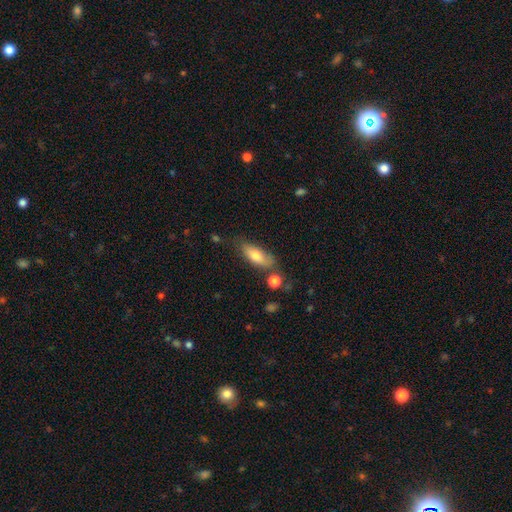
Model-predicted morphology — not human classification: Q: Smooth or featured?
A: smooth (73%); runner-up: featured or disk (20%)
Q: How rounded?
A: in between (74%); runner-up: cigar-shaped (24%)
Q: Merging?
A: none (65%); runner-up: minor disturbance (22%)